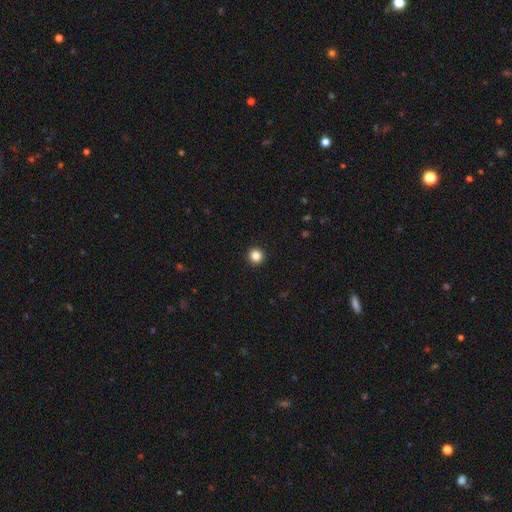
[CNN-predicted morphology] Smooth or featured: smooth — 85% (star or artifact — 11%)
How rounded: round — 96% (in between — 3%)
Merging: none — 94% (minor disturbance — 4%)